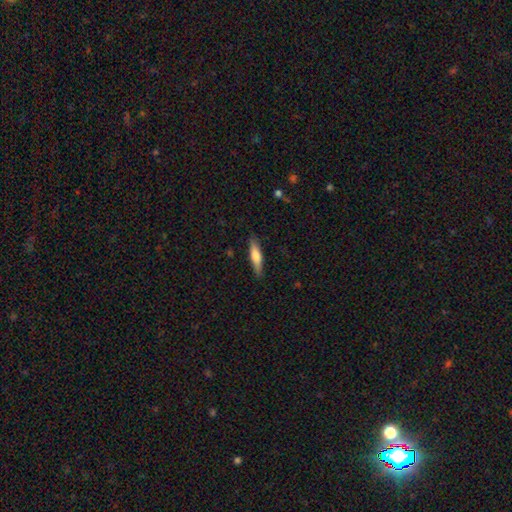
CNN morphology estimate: A smooth galaxy with no disk features (65%) that is cigar-shaped (78%). Merging: none (87%).